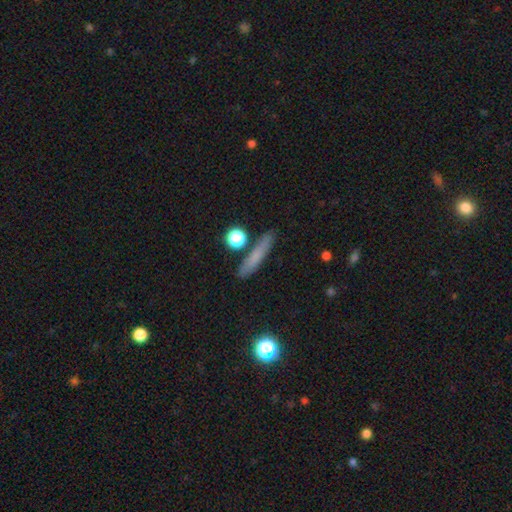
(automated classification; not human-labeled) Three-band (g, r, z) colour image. It shows a smooth galaxy with no disk features (69%) that is cigar-shaped (86%). Merging: none (84%).